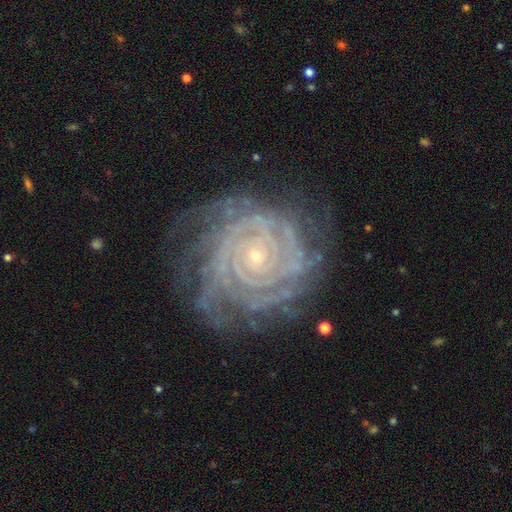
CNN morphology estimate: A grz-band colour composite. It shows a featured or disk galaxy (89%) with no bar (76%), can't tell (21%, tied with 4 and more than 4) tight (87%) spiral arms (98%) and a small central bulge (85%). Merging: none (73%).